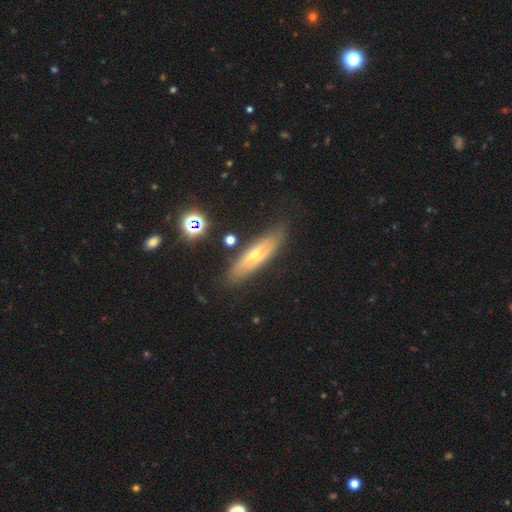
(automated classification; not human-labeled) Morphology: type=featured or disk (59%); edge-on=yes (63%); merging=none (80%).